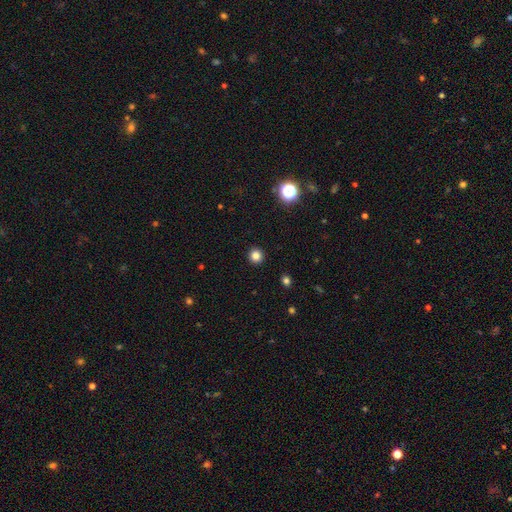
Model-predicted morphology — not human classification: This appears to be a smooth galaxy with no disk features (82%) that is round (95%). Merging: none (93%).